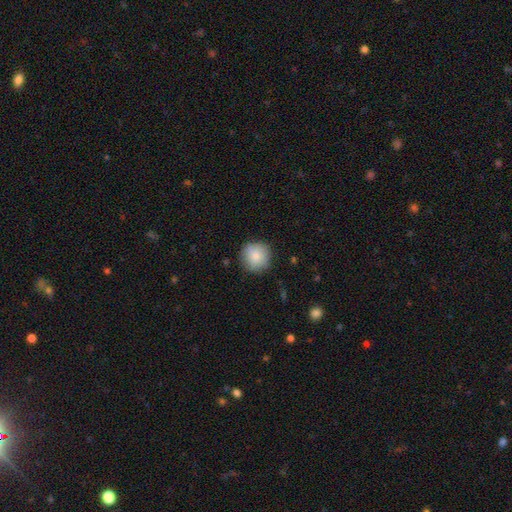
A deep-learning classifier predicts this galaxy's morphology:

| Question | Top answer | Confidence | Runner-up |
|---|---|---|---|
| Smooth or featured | smooth | 83% | featured or disk (9%) |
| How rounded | round | 94% | in between (5%) |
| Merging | none | 85% | minor disturbance (11%) |